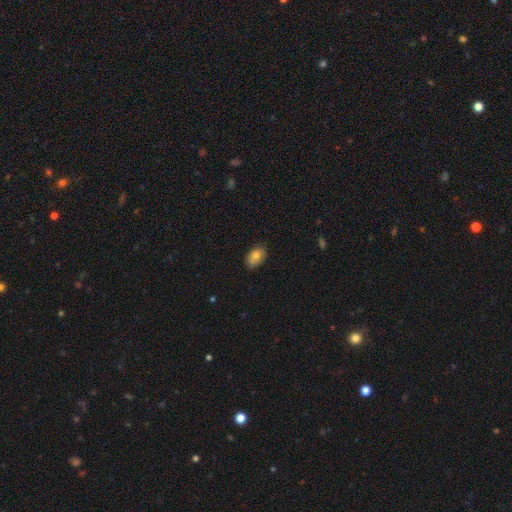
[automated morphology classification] Smooth or featured? smooth (77%)
How rounded? in between (84%)
Merging? none (73%)